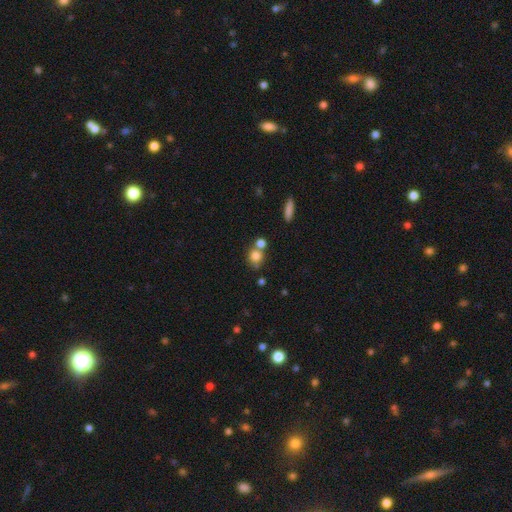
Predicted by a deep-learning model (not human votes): A smooth galaxy with no disk features (80%) that is round (82%).

Vote fractions:
- Smooth or featured? smooth: 80% / star or artifact: 11% / featured or disk: 9%
- How rounded? round: 82% / in between: 17% / cigar-shaped: 2%
- Merging? none: 54% / merger: 32% / minor disturbance: 10% / major disturbance: 4%